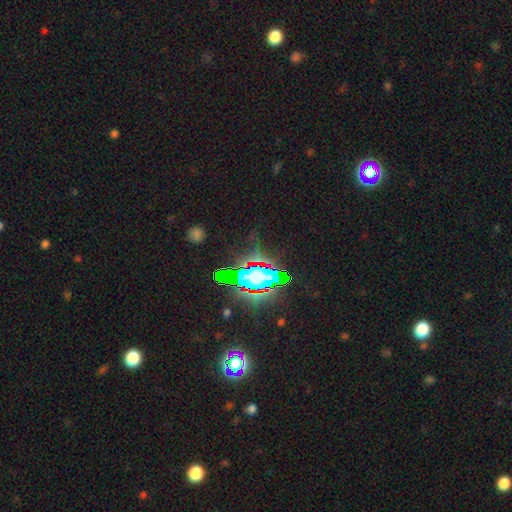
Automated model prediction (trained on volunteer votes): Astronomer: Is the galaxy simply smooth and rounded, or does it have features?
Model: star or artifact — 72%.